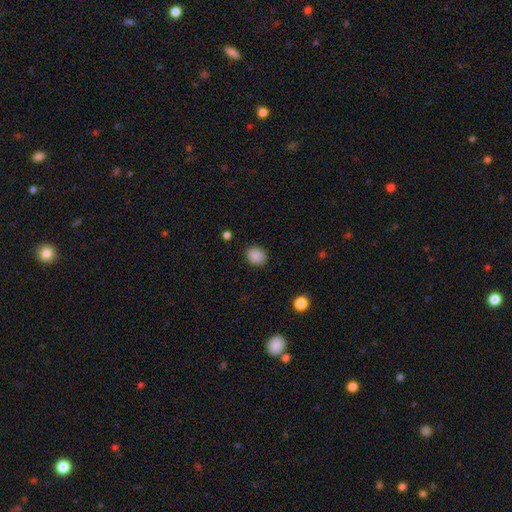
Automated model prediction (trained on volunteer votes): This appears to be a smooth galaxy with no disk features (88%) that is round (53%). Merging: none (87%).